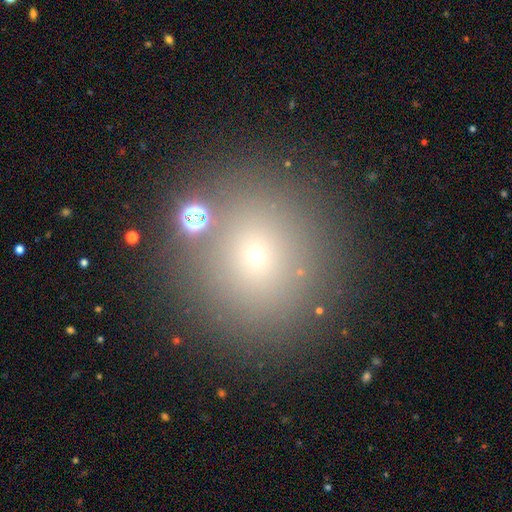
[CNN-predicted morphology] Smooth or featured? smooth (62%)
How rounded? round (91%)
Merging? none (84%)